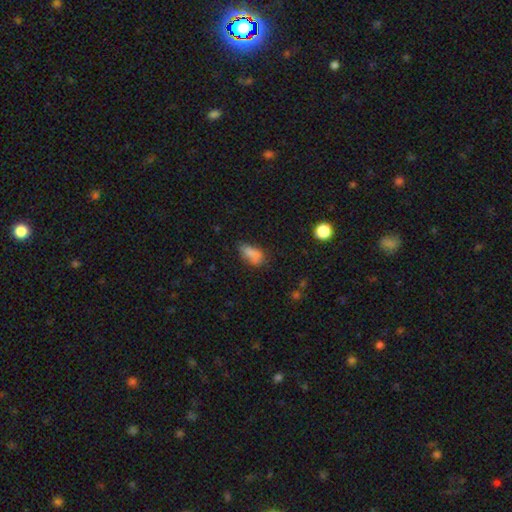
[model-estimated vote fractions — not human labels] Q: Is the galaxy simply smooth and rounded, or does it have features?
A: smooth — 79%.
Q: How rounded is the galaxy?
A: in between — 83%.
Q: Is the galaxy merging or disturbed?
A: none — 52%.